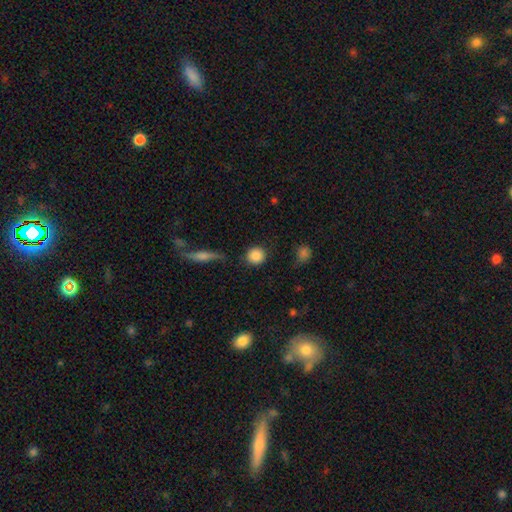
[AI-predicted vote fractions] A smooth galaxy with no disk features (86%) that is round (91%). Merging: none (85%).